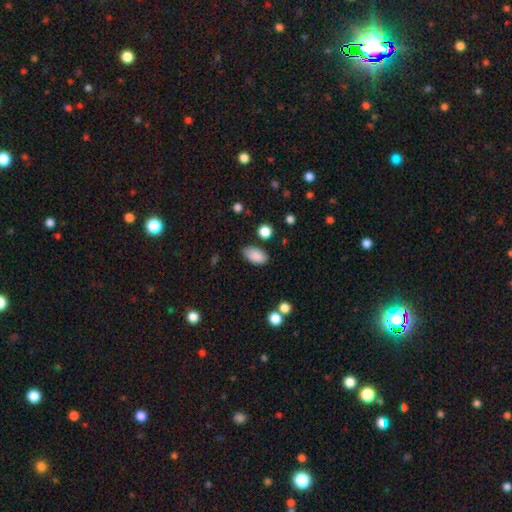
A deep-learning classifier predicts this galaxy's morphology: Smooth or featured? Predicted: smooth (p=0.88). How rounded? Predicted: in between (p=0.94). Merging? Predicted: none (p=0.80).